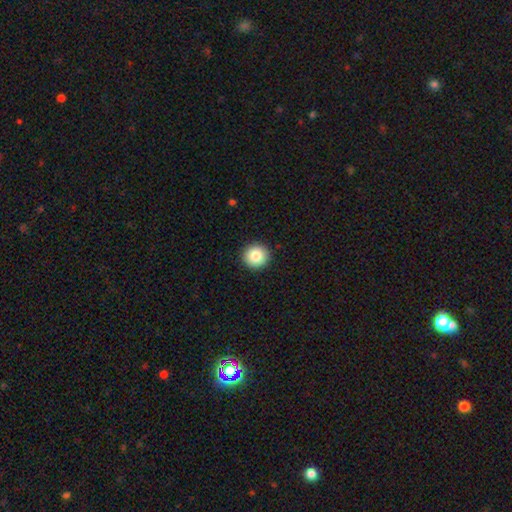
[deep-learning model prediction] smooth_or_featured: smooth (p=0.86) [alt: star or artifact p=0.09]
how_rounded: round (p=0.94) [alt: in between p=0.05]
merging: none (p=0.93) [alt: minor disturbance p=0.05]